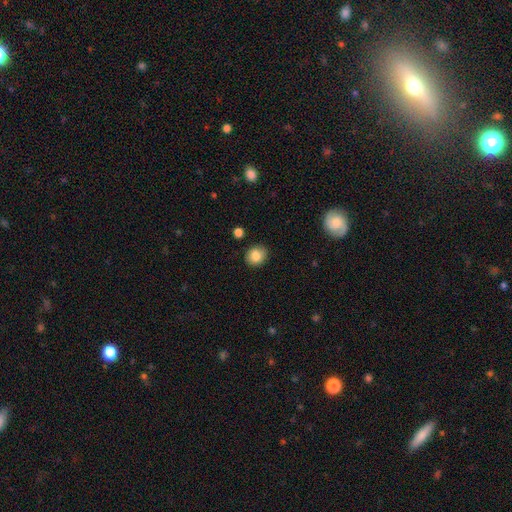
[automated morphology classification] This is clearly a smooth galaxy (85%). How rounded: likely round (77%). Merging: clearly none (86%).